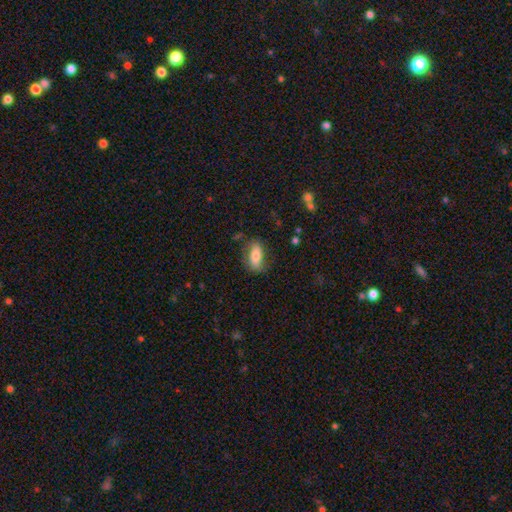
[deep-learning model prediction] Morphology: type=smooth (73%); roundness=in between (84%); merging=none (71%).